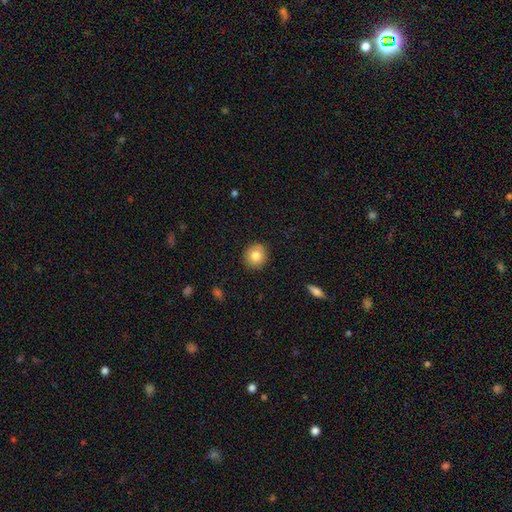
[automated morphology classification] Smooth or featured: smooth — 81% (featured or disk — 10%)
How rounded: round — 89% (in between — 9%)
Merging: none — 91% (minor disturbance — 7%)